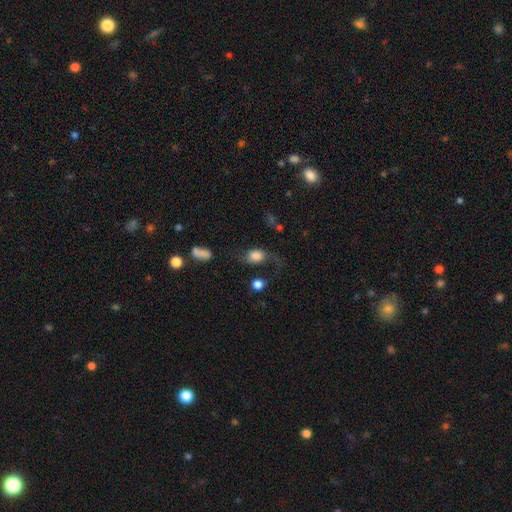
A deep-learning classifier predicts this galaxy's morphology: Smooth or featured? Predicted: smooth (p=0.60). How rounded? Predicted: in between (p=0.60). Merging? Predicted: none (p=0.40).